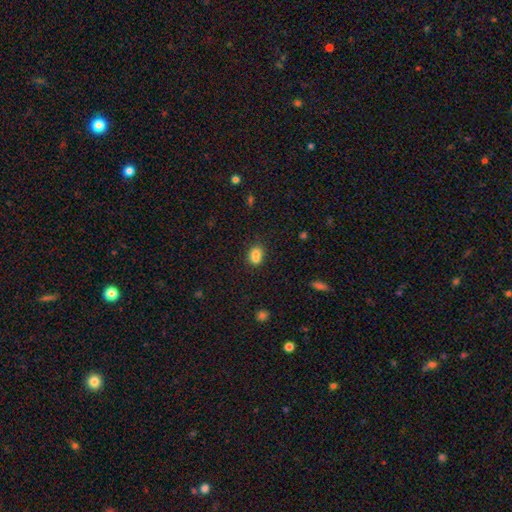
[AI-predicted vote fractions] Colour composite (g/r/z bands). It shows a smooth galaxy with no disk features (81%) that is in between round and cigar-shaped (66%). Merging: none (54%).